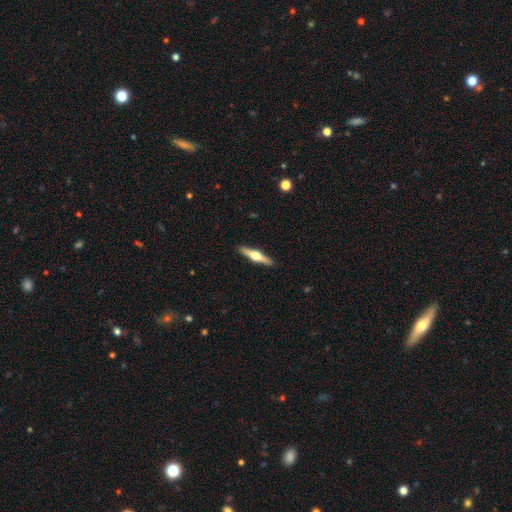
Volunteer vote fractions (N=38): Q: Smooth or featured?
A: featured or disk (79%); runner-up: smooth (16%)
Q: Edge-on disk?
A: yes (100%)
Q: Edge-on bulge?
A: rounded (97%); runner-up: boxy (3%)
Q: Merging?
A: none (94%); runner-up: minor disturbance (3%)